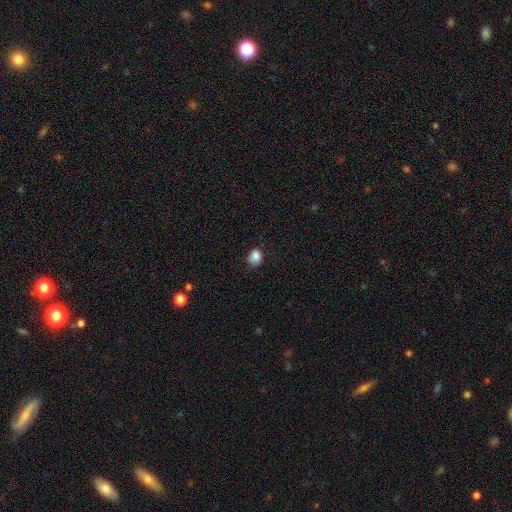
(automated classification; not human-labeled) Smooth or featured? smooth (85%)
How rounded? round (57%)
Merging? none (68%)